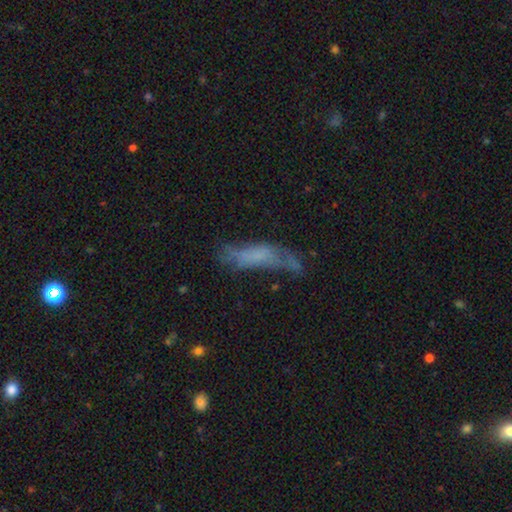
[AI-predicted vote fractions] Overall: smooth (48%; featured or disk 39%). Merging: none (39%; minor disturbance 28%).